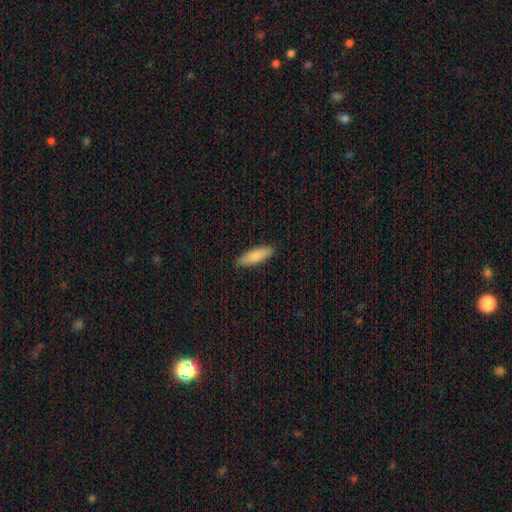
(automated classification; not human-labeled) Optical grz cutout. It shows a smooth galaxy with no disk features (85%) that is cigar-shaped (58%). Merging: none (89%).